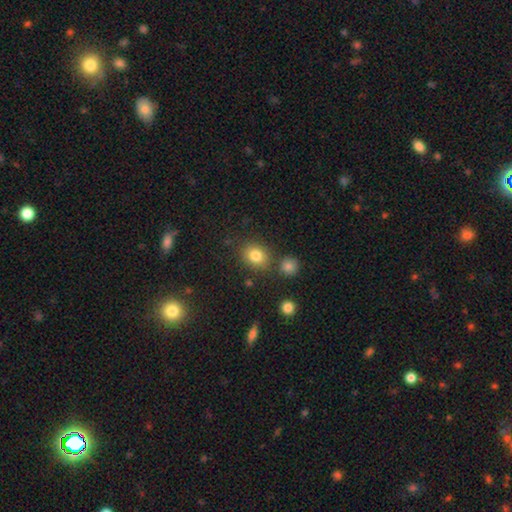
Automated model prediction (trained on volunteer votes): Smooth or featured? Predicted: smooth (p=0.81). How rounded? Predicted: round (p=0.59). Merging? Predicted: none (p=0.77).